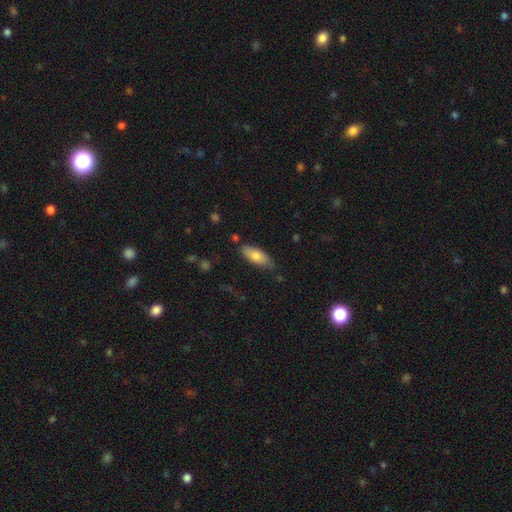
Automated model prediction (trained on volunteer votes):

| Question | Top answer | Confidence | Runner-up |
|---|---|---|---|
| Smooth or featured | smooth | 75% | featured or disk (19%) |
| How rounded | in between | 78% | cigar-shaped (20%) |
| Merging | none | 77% | minor disturbance (18%) |